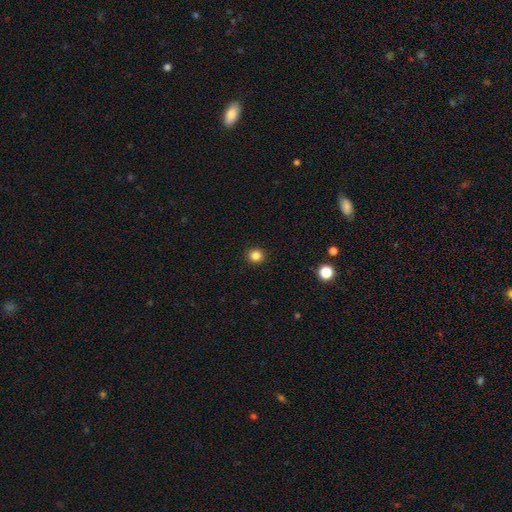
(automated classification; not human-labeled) smooth_or_featured: smooth (p=0.84) [alt: star or artifact p=0.12]
how_rounded: round (p=0.94) [alt: in between p=0.06]
merging: none (p=0.93) [alt: minor disturbance p=0.05]